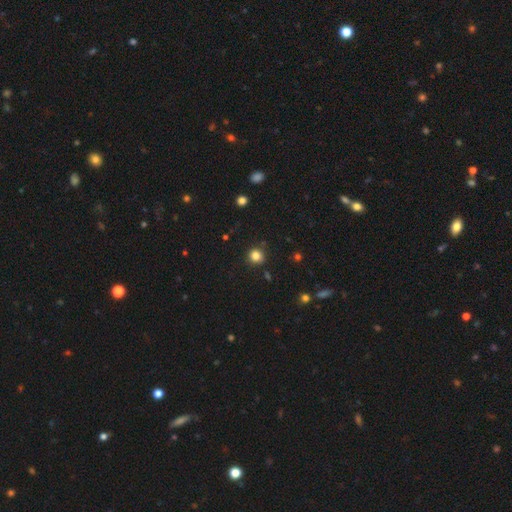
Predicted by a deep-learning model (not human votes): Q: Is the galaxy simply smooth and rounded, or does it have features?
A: smooth — 82%.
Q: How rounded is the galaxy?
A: round — 90%.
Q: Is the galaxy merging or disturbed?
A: none — 87%.